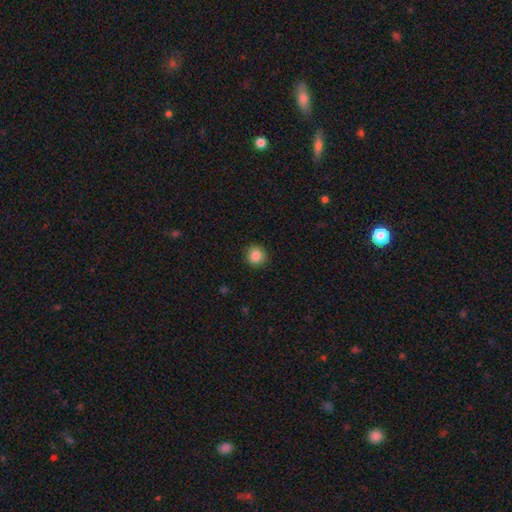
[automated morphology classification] smooth_or_featured: smooth (p=0.85) [alt: star or artifact p=0.10]
how_rounded: round (p=0.92) [alt: in between p=0.07]
merging: none (p=0.91) [alt: minor disturbance p=0.06]